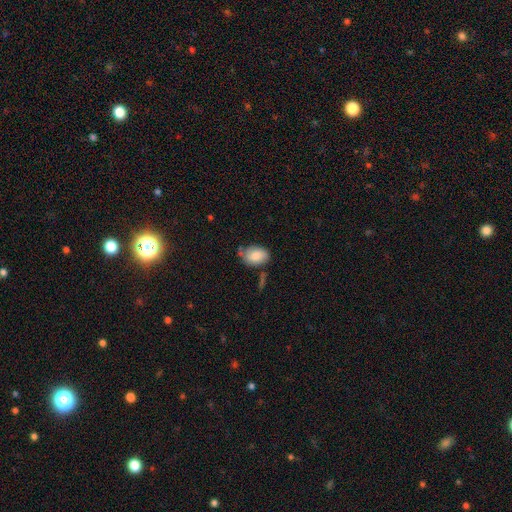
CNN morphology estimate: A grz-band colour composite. It shows a smooth galaxy with no disk features (83%) that is in between round and cigar-shaped (83%). Merging: none (60%).